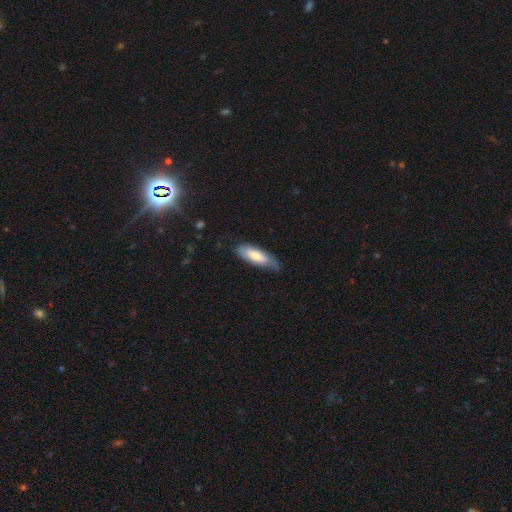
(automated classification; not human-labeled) A smooth galaxy with no disk features (70%) that is in between round and cigar-shaped (62%). Merging: none (60%).